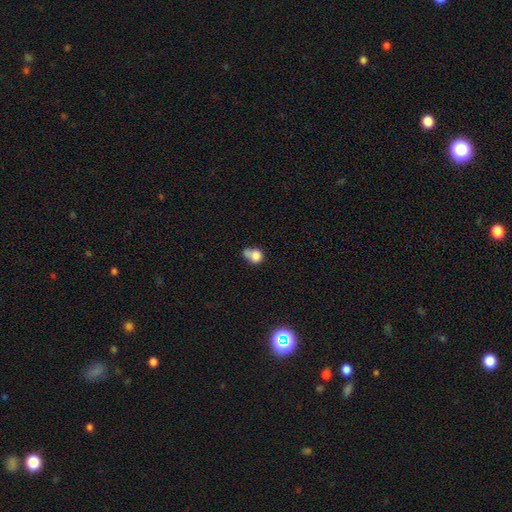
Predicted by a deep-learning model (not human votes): smooth_or_featured: smooth (p=0.77) [alt: featured or disk p=0.12]
how_rounded: round (p=0.59) [alt: in between p=0.40]
merging: merger (p=0.39) [alt: none p=0.30]